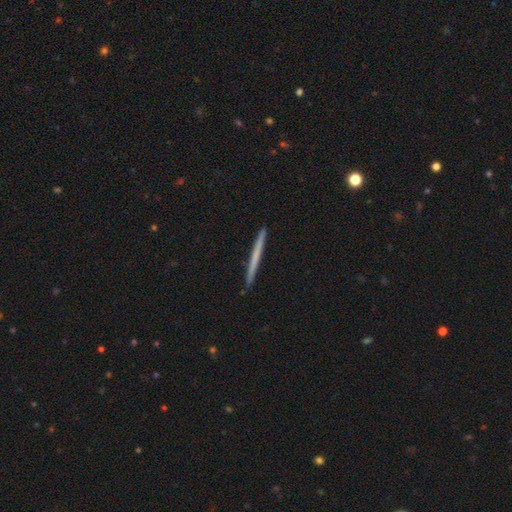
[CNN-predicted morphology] Smooth or featured? smooth (51%)
How rounded? cigar-shaped (97%)
Merging? none (92%)